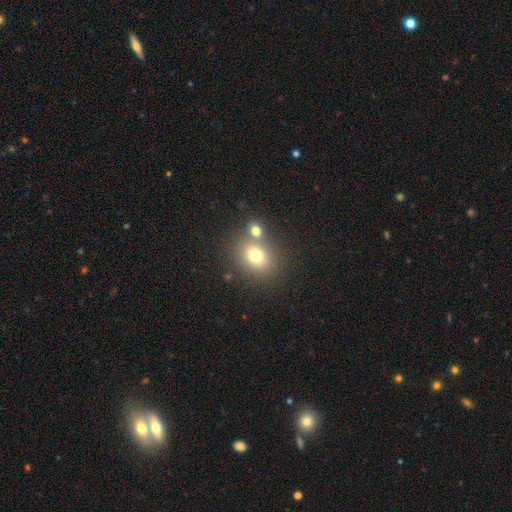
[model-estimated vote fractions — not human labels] This is likely a smooth galaxy (74%). How rounded: possibly round (52%). Merging: likely none (60%).